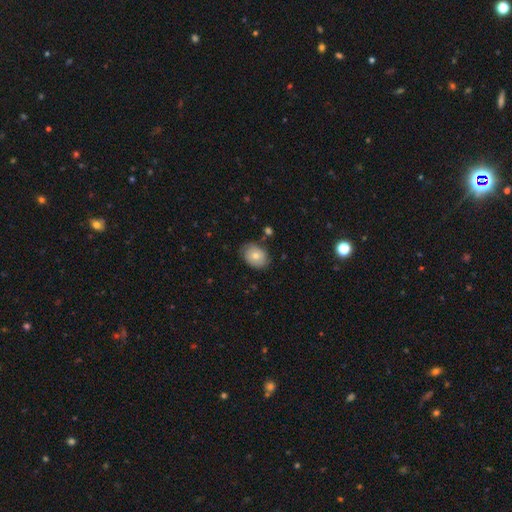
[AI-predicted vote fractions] This is likely a smooth galaxy (67%). How rounded: likely in between (61%). Merging: likely none (74%).